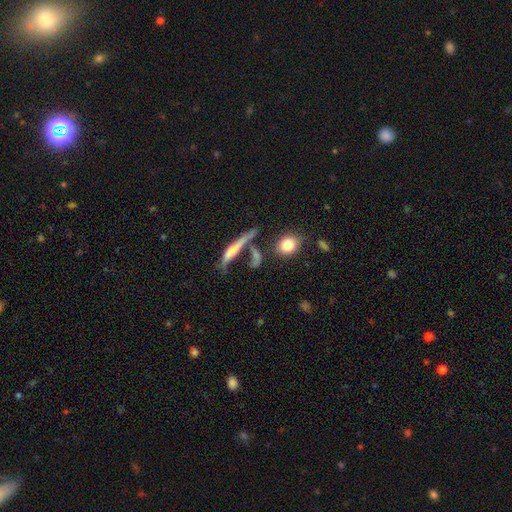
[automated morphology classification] The model was most divided on "smooth or featured": smooth: 55%, featured or disk: 32%, star or artifact: 13%. Remaining: how rounded — cigar-shaped (55%); merging — none (50%).